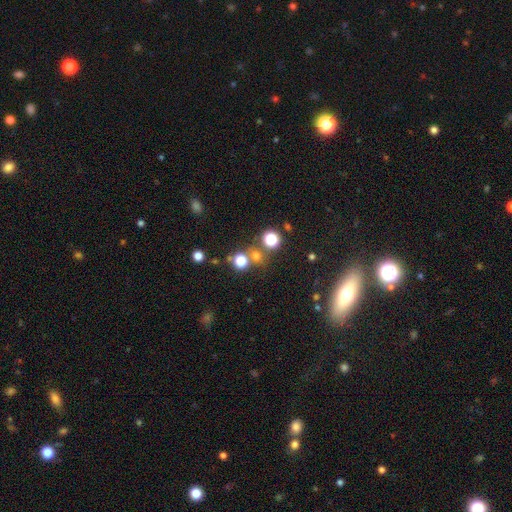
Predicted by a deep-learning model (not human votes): Smooth or featured?
  - smooth: 63% *
  - star or artifact: 29%
  - featured or disk: 8%
How rounded?
  - round: 88% *
  - in between: 11%
  - cigar-shaped: 1%
Merging?
  - none: 69% *
  - merger: 20%
  - minor disturbance: 7%
  - major disturbance: 4%